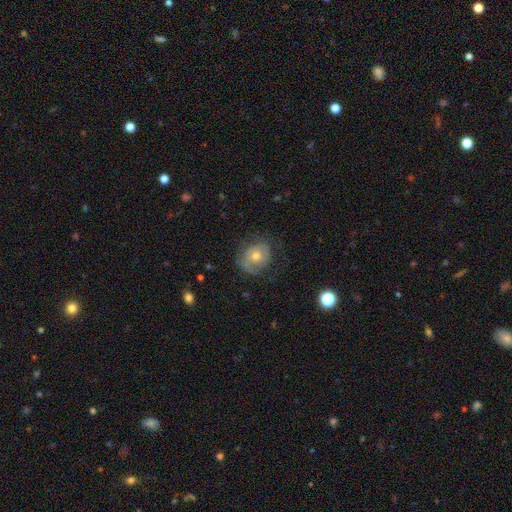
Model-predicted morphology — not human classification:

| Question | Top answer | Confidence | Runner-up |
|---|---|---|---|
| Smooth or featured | featured or disk | 55% | smooth (37%) |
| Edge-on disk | no | 97% | yes (3%) |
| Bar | no | 78% | weak (19%) |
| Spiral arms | yes | 73% | no (27%) |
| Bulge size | moderate | 61% | small (33%) |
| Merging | none | 64% | minor disturbance (22%) |